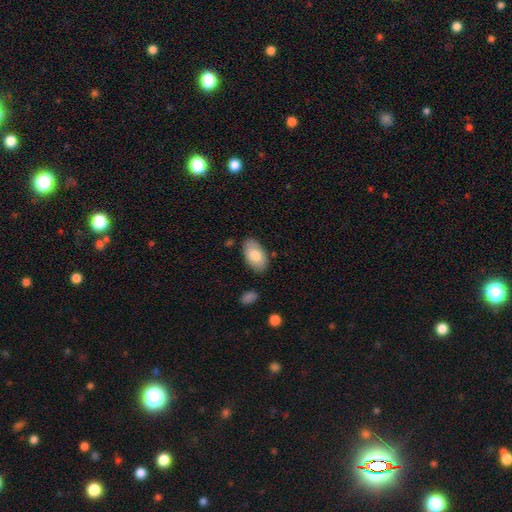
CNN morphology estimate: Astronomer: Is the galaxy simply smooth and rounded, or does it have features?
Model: smooth — 79%.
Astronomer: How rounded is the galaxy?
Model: in between — 95%.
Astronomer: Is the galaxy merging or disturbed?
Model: none — 82%.